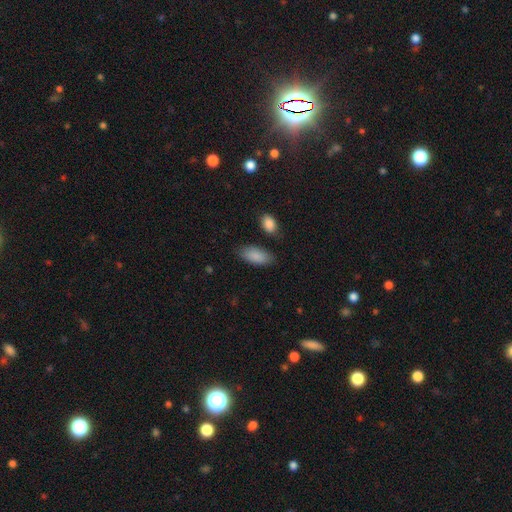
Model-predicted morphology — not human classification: Smooth or featured: smooth — 89% (star or artifact — 6%)
How rounded: in between — 91% (cigar-shaped — 7%)
Merging: none — 79% (minor disturbance — 13%)